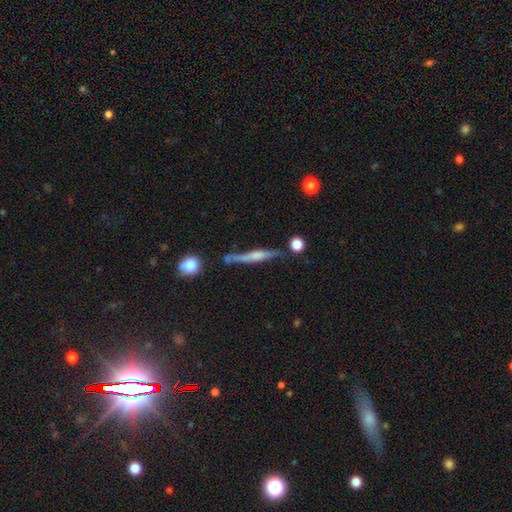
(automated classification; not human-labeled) Smooth or featured: featured or disk — 68% (smooth — 24%)
Edge-on disk: yes — 94% (no — 6%)
Edge-on bulge: rounded — 55% (boxy — 26%)
Merging: none — 71% (minor disturbance — 17%)